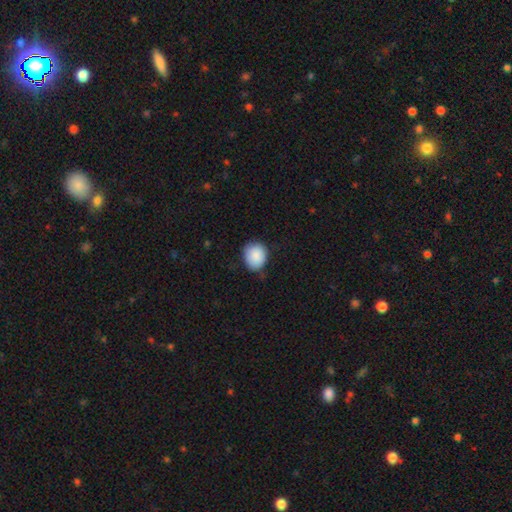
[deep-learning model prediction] Smooth or featured? smooth (88%)
How rounded? round (67%)
Merging? none (73%)